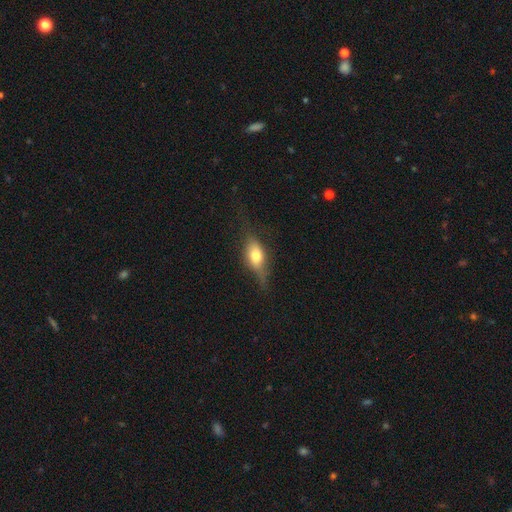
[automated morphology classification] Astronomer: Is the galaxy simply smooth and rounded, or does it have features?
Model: smooth — 60%.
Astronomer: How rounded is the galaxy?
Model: in between — 76%.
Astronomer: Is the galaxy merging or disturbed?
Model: none — 53% (runner-up: minor disturbance, 30%).